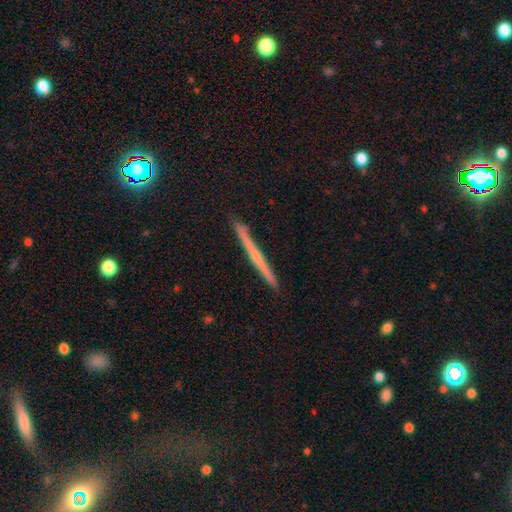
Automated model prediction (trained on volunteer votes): Morphology: type=featured or disk (64%); edge-on=yes (98%); edge-on bulge=none (58%); merging=none (91%).